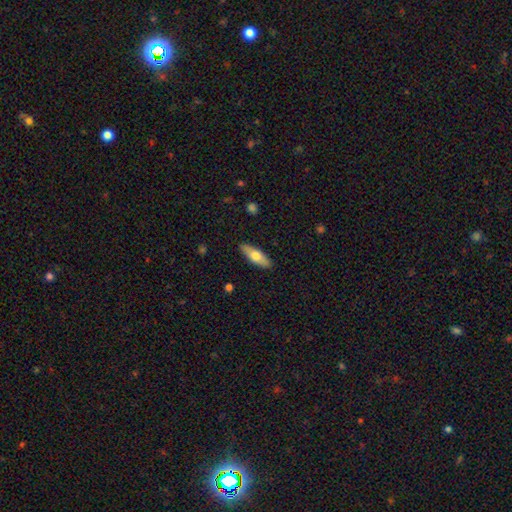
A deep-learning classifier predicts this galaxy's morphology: This is likely a smooth galaxy (65%). How rounded: likely in between (60%). Merging: clearly none (88%).